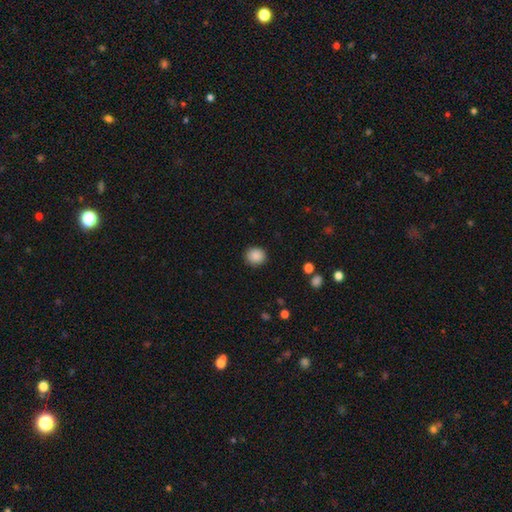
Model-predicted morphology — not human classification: The model was most divided on "how rounded": round: 86%, in between: 13%, cigar-shaped: 1%. More confident: merging — none (89%); smooth or featured — smooth (88%).